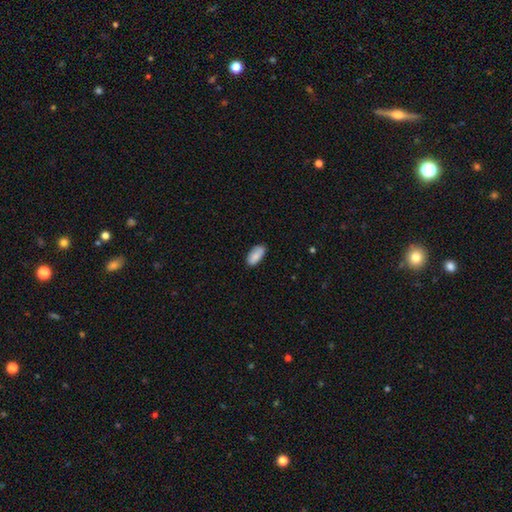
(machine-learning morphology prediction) The model was most divided on "merging": none: 84%, minor disturbance: 13%, major disturbance: 2%, merger: 1%. More confident: how rounded — in between (91%); smooth or featured — smooth (86%).